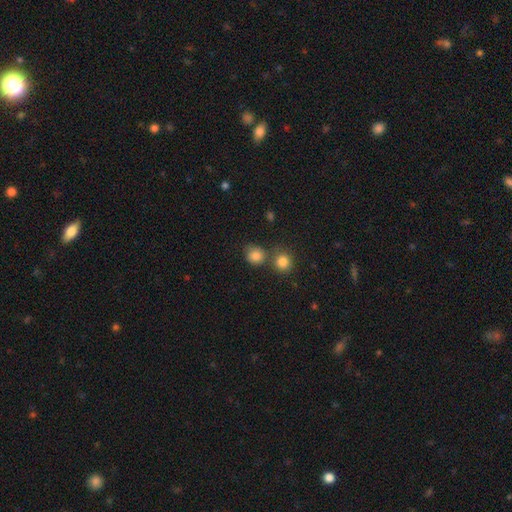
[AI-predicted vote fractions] Smooth or featured?
  - smooth: 83% *
  - star or artifact: 11%
  - featured or disk: 6%
How rounded?
  - round: 82% *
  - in between: 17%
  - cigar-shaped: 1%
Merging?
  - none: 60% *
  - merger: 23%
  - minor disturbance: 12%
  - major disturbance: 5%